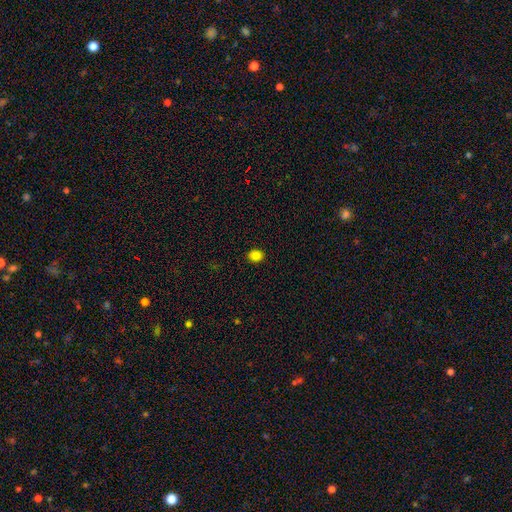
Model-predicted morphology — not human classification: This appears to be a smooth galaxy with no disk features (84%) that is round (59%). Merging: none (90%).